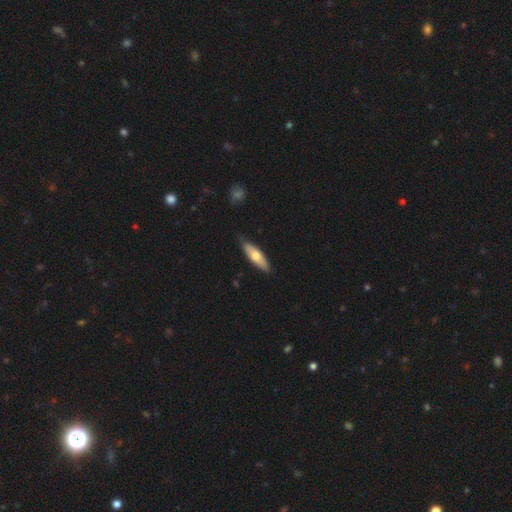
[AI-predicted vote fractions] smooth_or_featured: smooth (p=0.63) [alt: featured or disk p=0.32]
how_rounded: cigar-shaped (p=0.51) [alt: in between p=0.47]
merging: none (p=0.83) [alt: minor disturbance p=0.14]